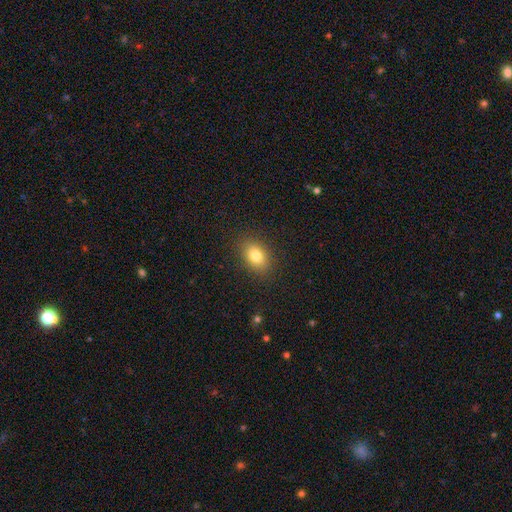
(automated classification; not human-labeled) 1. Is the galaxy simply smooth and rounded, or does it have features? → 80% smooth, 10% star or artifact, 10% featured or disk.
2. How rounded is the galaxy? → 80% in between, 19% round, 2% cigar-shaped.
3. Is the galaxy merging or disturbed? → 88% none, 9% minor disturbance, 3% major disturbance, 1% merger.